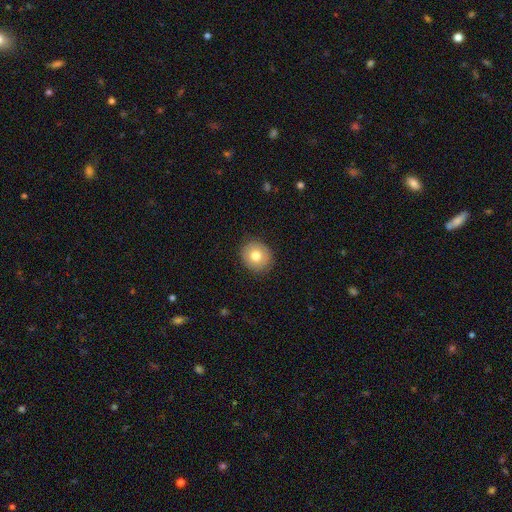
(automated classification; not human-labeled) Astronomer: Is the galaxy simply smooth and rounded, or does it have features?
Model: smooth — 78%.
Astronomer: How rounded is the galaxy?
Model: round — 81%.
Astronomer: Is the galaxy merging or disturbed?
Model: none — 89%.